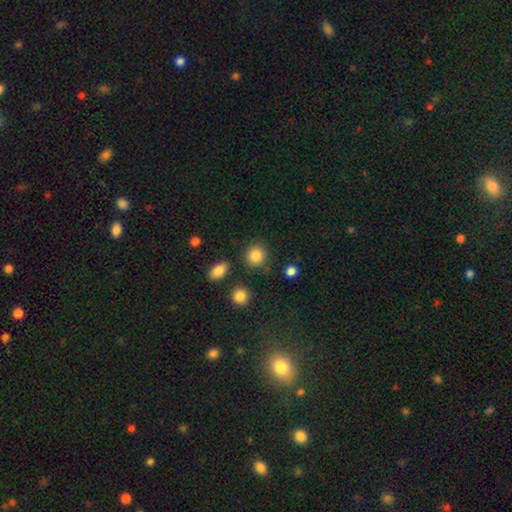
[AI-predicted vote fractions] The model was most divided on "merging": none: 82%, minor disturbance: 9%, merger: 5%, major disturbance: 3%. More confident: how rounded — round (86%); smooth or featured — smooth (85%).